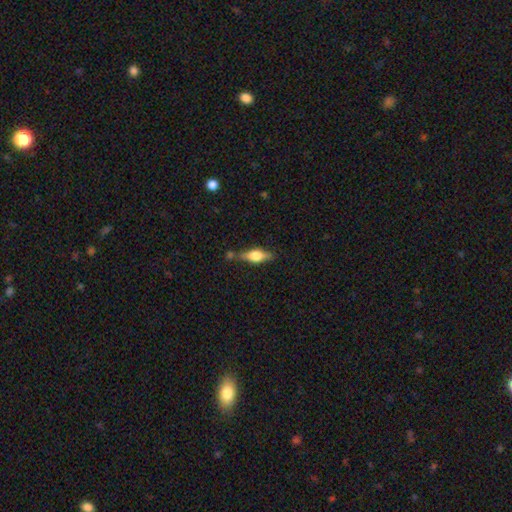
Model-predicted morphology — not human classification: smooth-or-featured: featured or disk: 49% | smooth: 43% | star or artifact: 8%
  merging: none: 68% | minor disturbance: 17% | merger: 11% | major disturbance: 5%